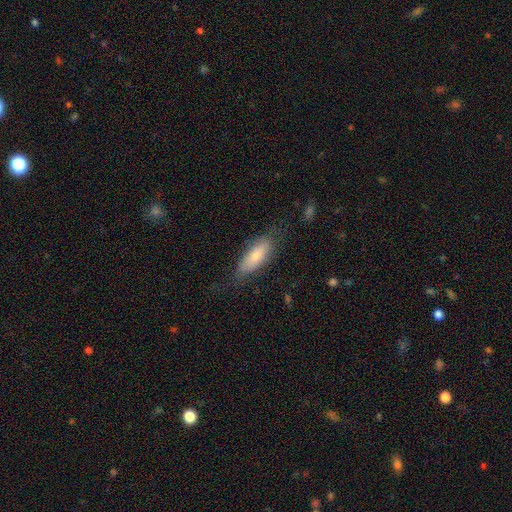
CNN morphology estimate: Smooth or featured? smooth (69%)
How rounded? in between (64%)
Merging? none (69%)